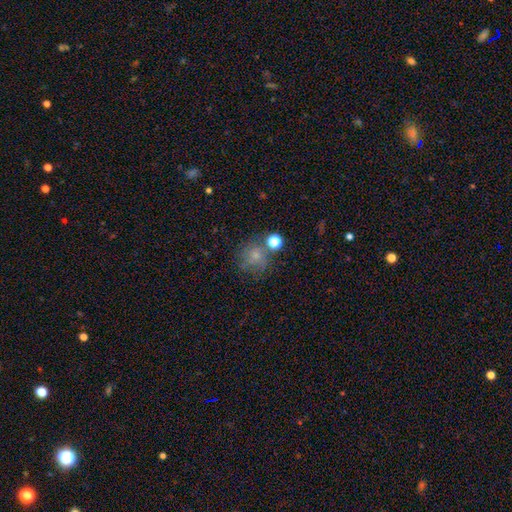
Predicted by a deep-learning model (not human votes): The model was most divided on "merging": none: 59%, minor disturbance: 16%, merger: 16%, major disturbance: 10%. More confident: how rounded — round (86%); smooth or featured — smooth (68%).